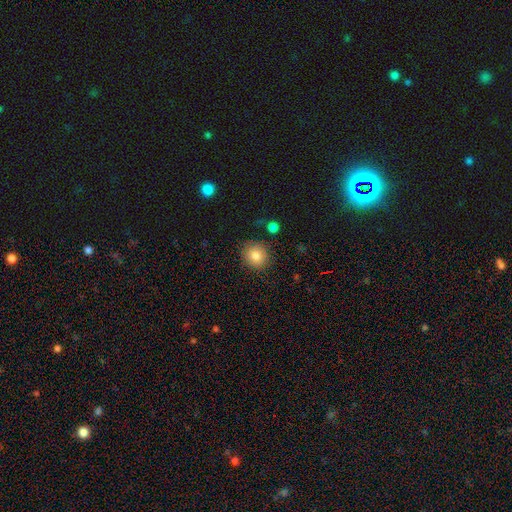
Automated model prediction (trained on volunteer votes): smooth_or_featured: smooth (p=0.83) [alt: star or artifact p=0.09]
how_rounded: round (p=0.86) [alt: in between p=0.13]
merging: none (p=0.85) [alt: minor disturbance p=0.10]